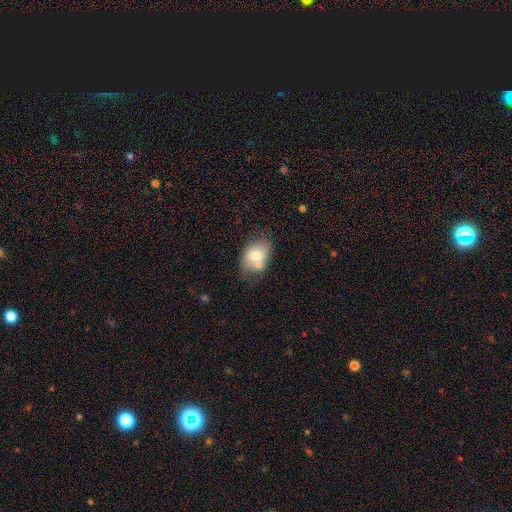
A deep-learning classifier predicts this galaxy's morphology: smooth 68%, featured or disk 24%, star or artifact 8%. Down the decision tree: how rounded — in between (75%); merging — none (49%).